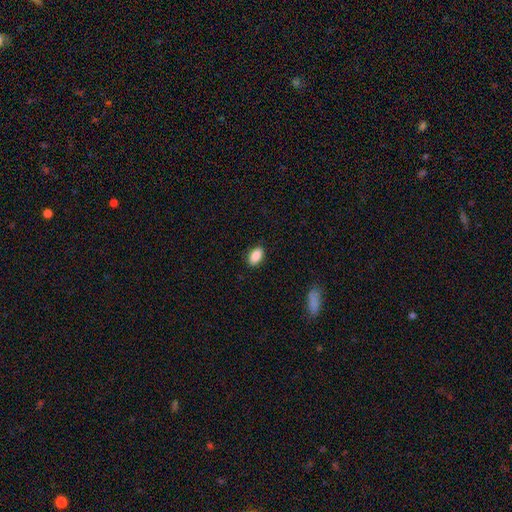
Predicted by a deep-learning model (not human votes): Smooth or featured: smooth — 88% (star or artifact — 7%)
How rounded: in between — 91% (round — 6%)
Merging: none — 88% (minor disturbance — 8%)